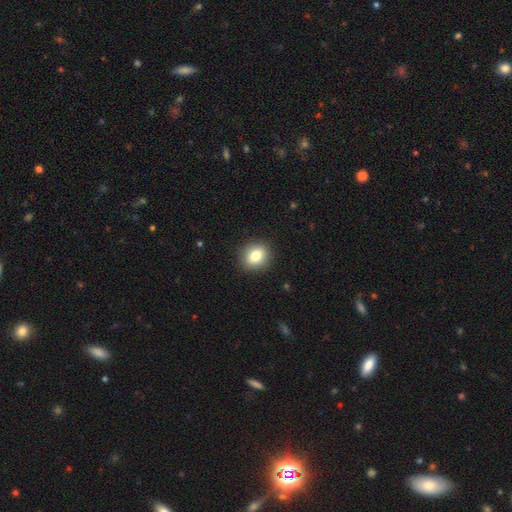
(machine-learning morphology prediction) smooth_or_featured: smooth (p=0.81) [alt: star or artifact p=0.10]
how_rounded: round (p=0.71) [alt: in between p=0.28]
merging: none (p=0.90) [alt: minor disturbance p=0.07]